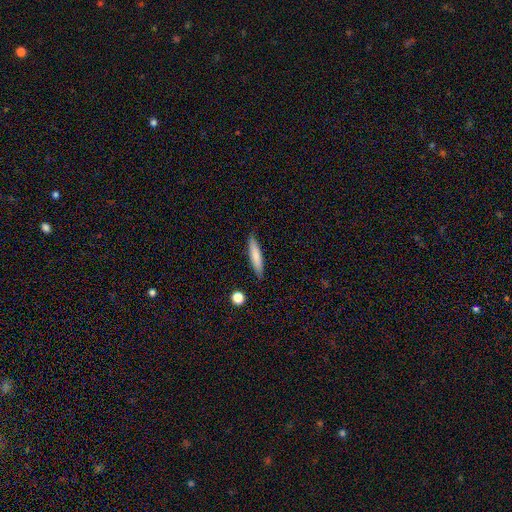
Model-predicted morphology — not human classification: Smooth or featured?
  - smooth: 76% *
  - featured or disk: 17%
  - star or artifact: 7%
How rounded?
  - cigar-shaped: 88% *
  - in between: 10%
  - round: 1%
Merging?
  - none: 87% *
  - minor disturbance: 9%
  - major disturbance: 2%
  - merger: 2%